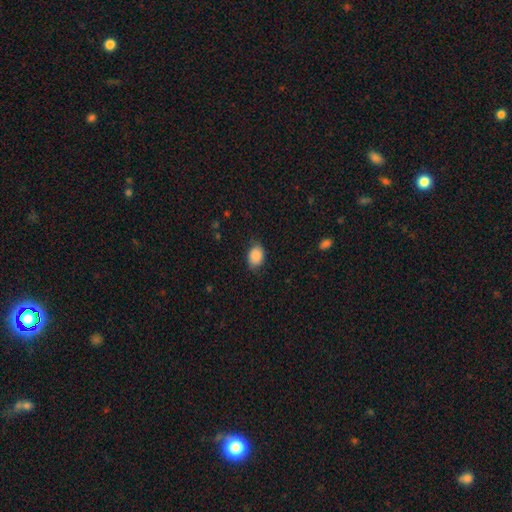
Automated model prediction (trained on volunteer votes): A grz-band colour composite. It shows a smooth galaxy with no disk features (89%) that is in between round and cigar-shaped (72%). Merging: none (78%).